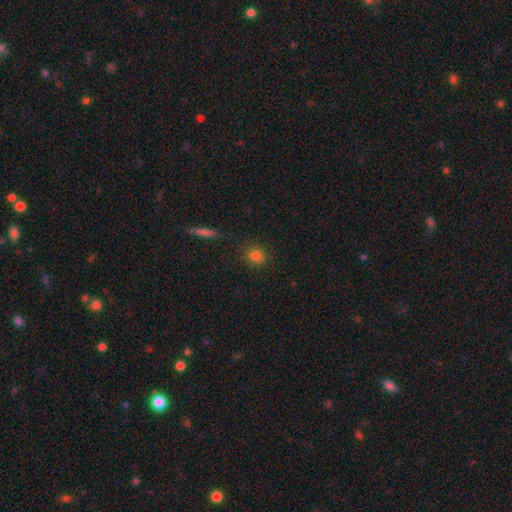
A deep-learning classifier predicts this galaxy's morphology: The model was most divided on "smooth or featured": smooth: 82%, star or artifact: 13%, featured or disk: 6%. More confident: how rounded — round (88%); merging — none (87%).